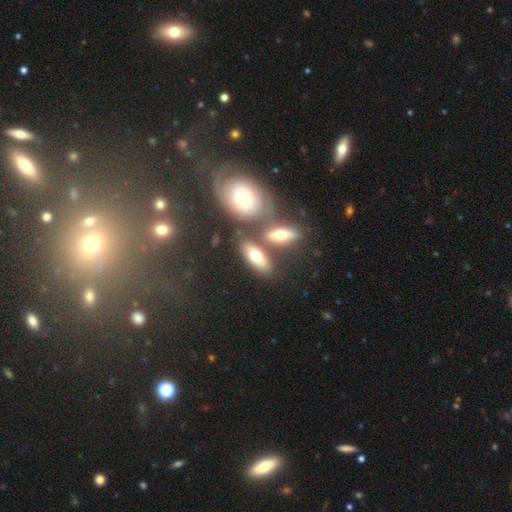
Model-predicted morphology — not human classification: This appears to be a smooth galaxy with no disk features (65%) that is in between round and cigar-shaped (76%). Merging: none (60%).